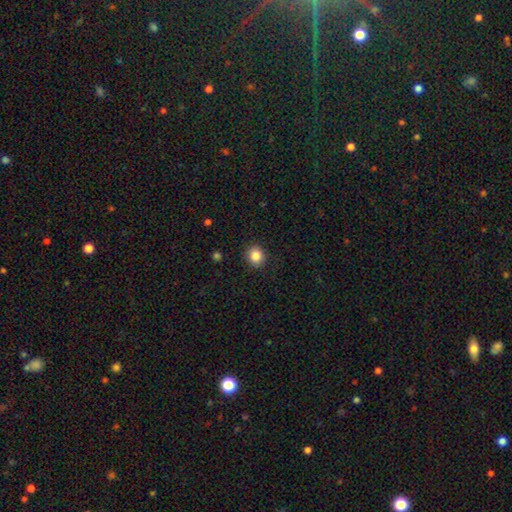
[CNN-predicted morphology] smooth-or-featured: smooth: 86% | star or artifact: 10% | featured or disk: 4%
  how-rounded: round: 84% | in between: 15% | cigar-shaped: 1%
  merging: none: 91% | minor disturbance: 6% | major disturbance: 2% | merger: 1%